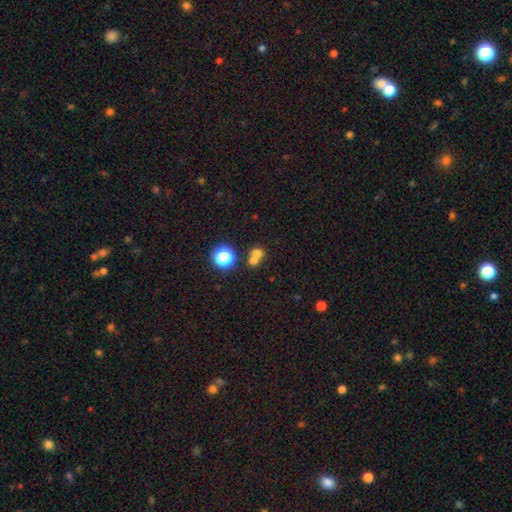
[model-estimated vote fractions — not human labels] The model was most divided on "merging": merger: 57%, none: 34%, minor disturbance: 5%, major disturbance: 3%. More confident: how rounded — round (77%); smooth or featured — smooth (66%).